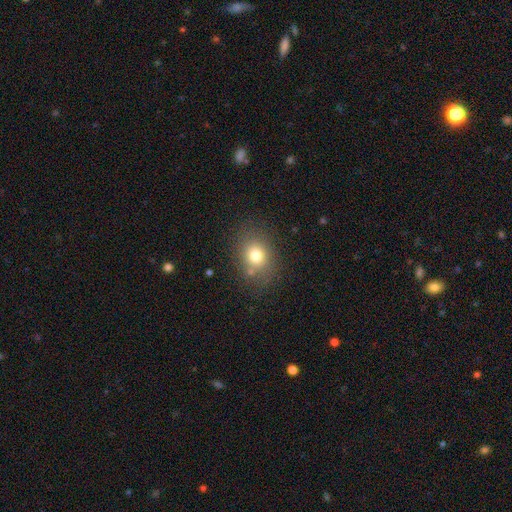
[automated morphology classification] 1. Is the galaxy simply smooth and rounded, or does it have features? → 76% smooth, 13% star or artifact, 11% featured or disk.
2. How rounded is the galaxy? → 51% round, 48% in between, 1% cigar-shaped.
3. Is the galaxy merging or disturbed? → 78% none, 13% minor disturbance, 5% major disturbance, 4% merger.